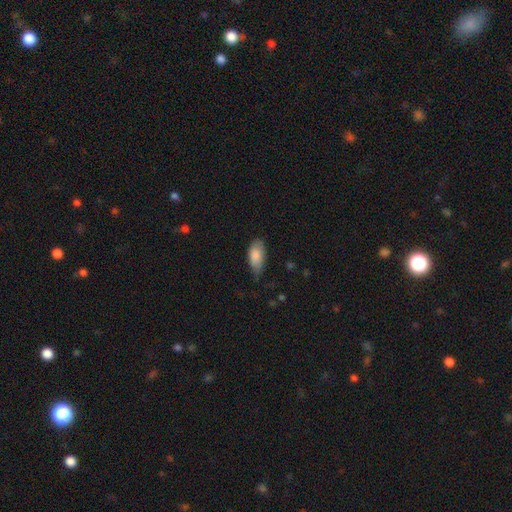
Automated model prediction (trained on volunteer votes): Morphology: type=smooth (86%); roundness=in between (89%); merging=none (58%).